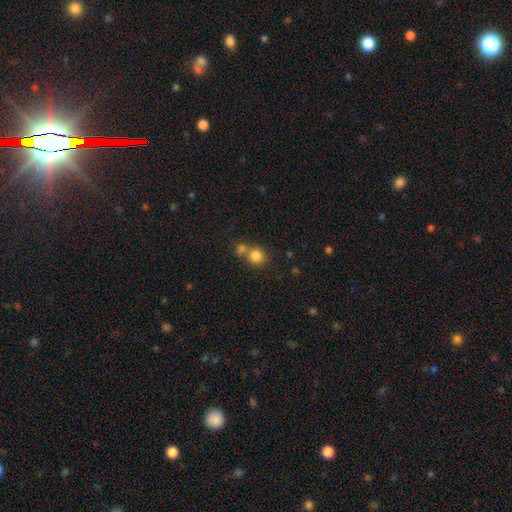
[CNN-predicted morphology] smooth_or_featured: smooth (p=0.82) [alt: star or artifact p=0.11]
how_rounded: round (p=0.84) [alt: in between p=0.15]
merging: none (p=0.47) [alt: merger p=0.42]